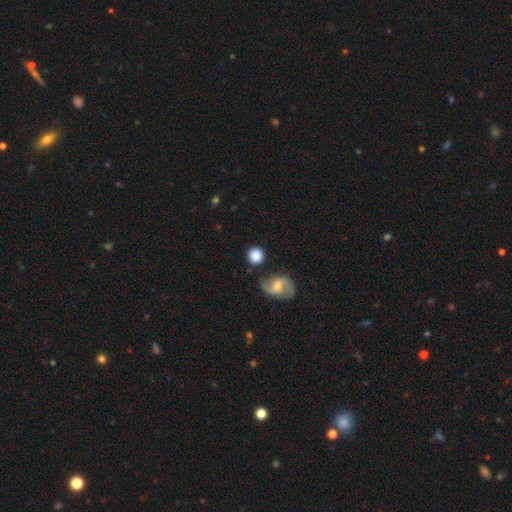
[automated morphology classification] Smooth or featured? Predicted: smooth (p=0.78). How rounded? Predicted: round (p=0.91). Merging? Predicted: none (p=0.79).